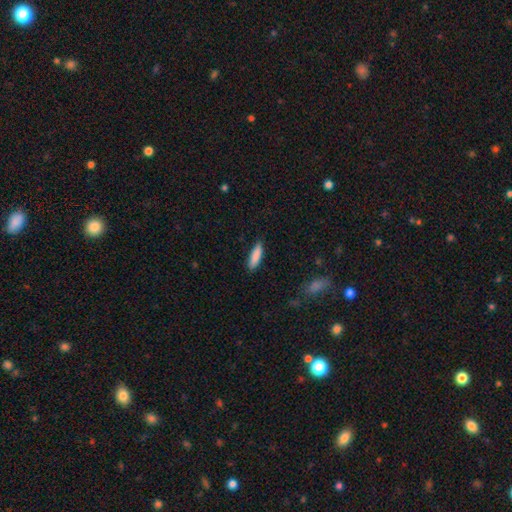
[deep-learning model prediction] Smooth or featured: smooth — 87% (featured or disk — 7%)
How rounded: cigar-shaped — 67% (in between — 32%)
Merging: none — 86% (minor disturbance — 11%)